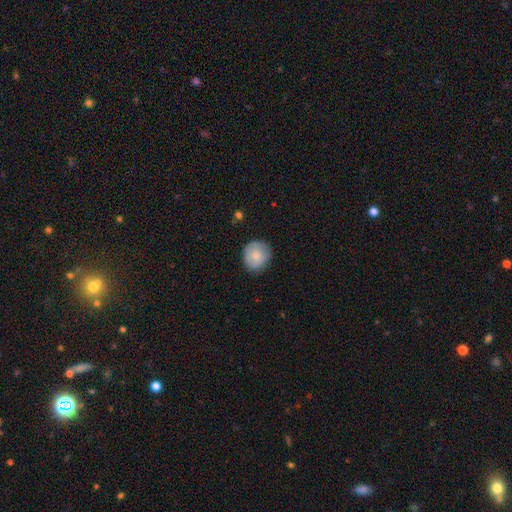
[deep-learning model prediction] smooth 79%, featured or disk 15%, star or artifact 7%. Down the decision tree: how rounded — round (84%); merging — none (80%).